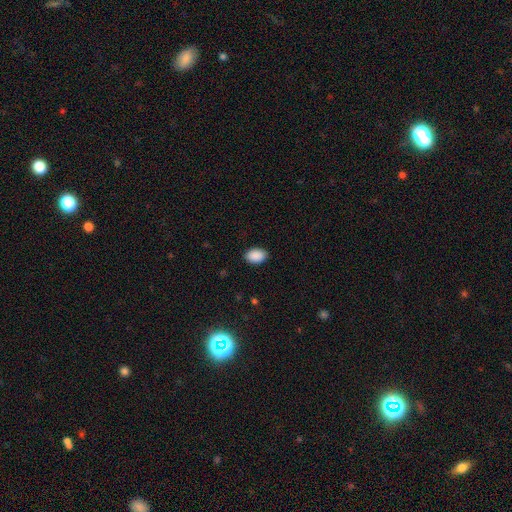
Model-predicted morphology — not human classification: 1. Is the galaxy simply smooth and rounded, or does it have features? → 90% smooth, 7% star or artifact, 3% featured or disk.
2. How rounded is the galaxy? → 85% in between, 14% round, 1% cigar-shaped.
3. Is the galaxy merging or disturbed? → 88% none, 9% minor disturbance, 2% major disturbance, 1% merger.